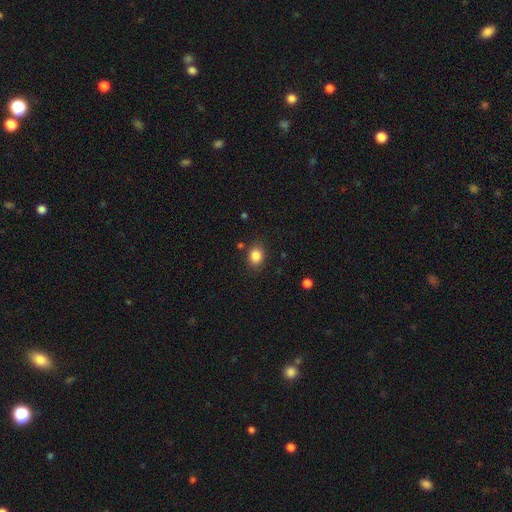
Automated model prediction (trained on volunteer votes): A smooth galaxy with no disk features (85%) that is in between round and cigar-shaped (54%).

Vote fractions:
- Smooth or featured? smooth: 85% / star or artifact: 10% / featured or disk: 5%
- How rounded? in between: 54% / round: 45% / cigar-shaped: 1%
- Merging? none: 83% / minor disturbance: 11% / major disturbance: 3% / merger: 3%